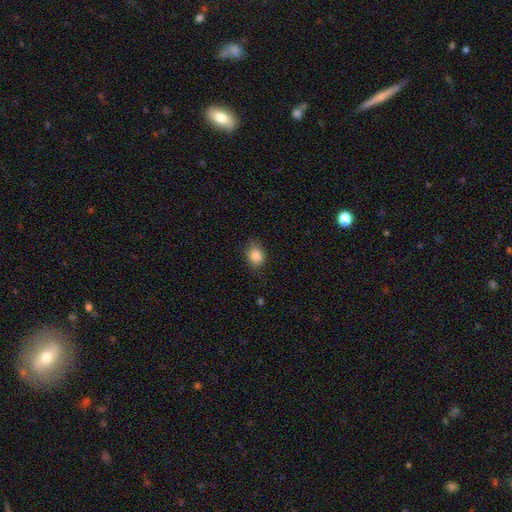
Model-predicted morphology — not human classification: Smooth or featured? smooth (85%)
How rounded? round (54%)
Merging? none (77%)